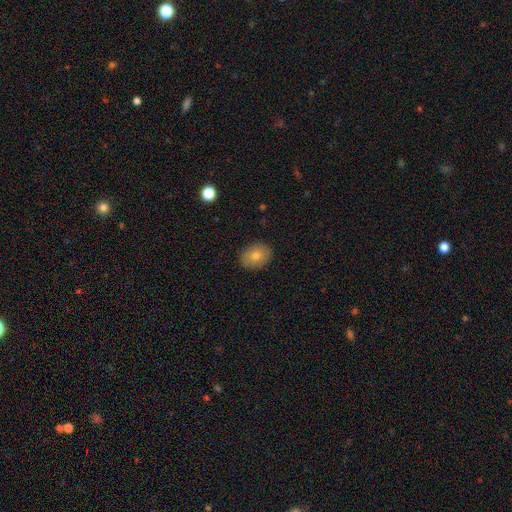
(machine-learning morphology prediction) A smooth galaxy with no disk features (80%) that is in between round and cigar-shaped (68%). Merging: none (88%).